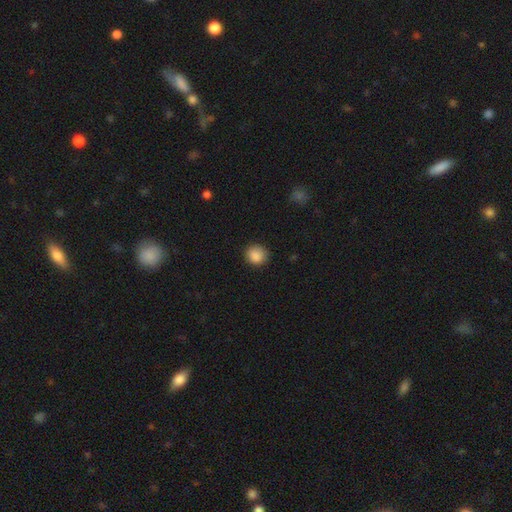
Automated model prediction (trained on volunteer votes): Smooth or featured: smooth — 88% (star or artifact — 9%)
How rounded: round — 89% (in between — 10%)
Merging: none — 88% (minor disturbance — 9%)